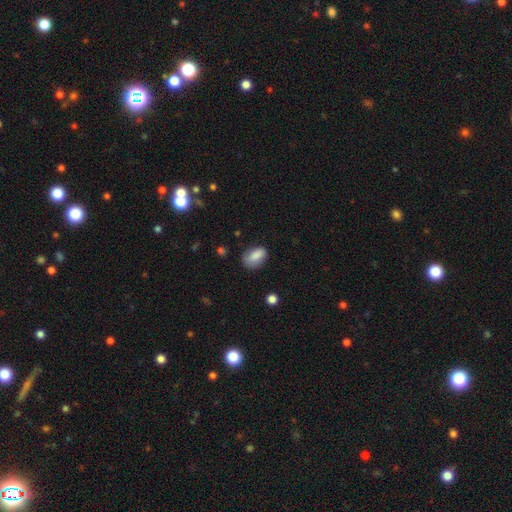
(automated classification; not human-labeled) Q: Smooth or featured?
A: smooth (85%); runner-up: star or artifact (8%)
Q: How rounded?
A: in between (88%); runner-up: round (10%)
Q: Merging?
A: none (66%); runner-up: minor disturbance (26%)